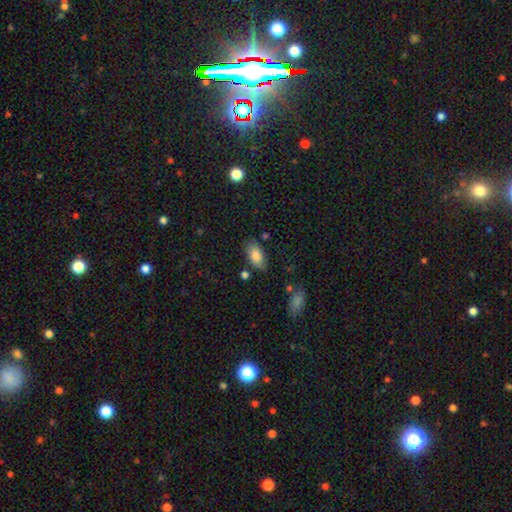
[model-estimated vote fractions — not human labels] Smooth or featured? Predicted: smooth (p=0.83). How rounded? Predicted: in between (p=0.92). Merging? Predicted: none (p=0.76).